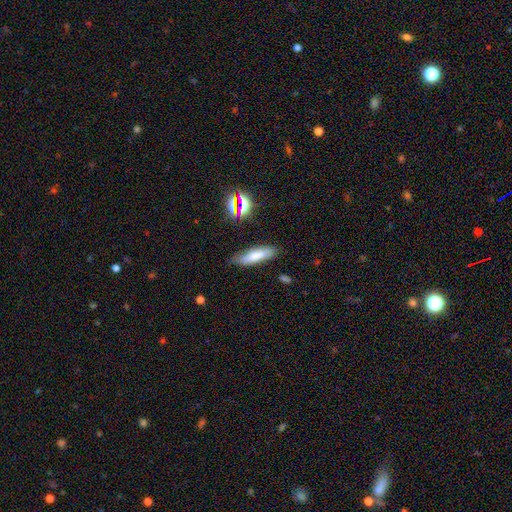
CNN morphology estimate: This appears to be a smooth galaxy with no disk features (69%) that is cigar-shaped (61%). Merging: none (79%).